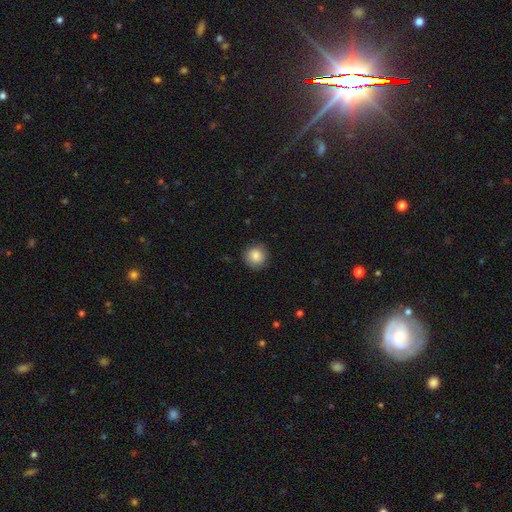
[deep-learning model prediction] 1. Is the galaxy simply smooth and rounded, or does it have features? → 86% smooth, 8% star or artifact, 6% featured or disk.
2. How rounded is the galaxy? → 92% round, 7% in between, 1% cigar-shaped.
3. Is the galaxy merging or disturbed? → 85% none, 11% minor disturbance, 3% major disturbance, 1% merger.